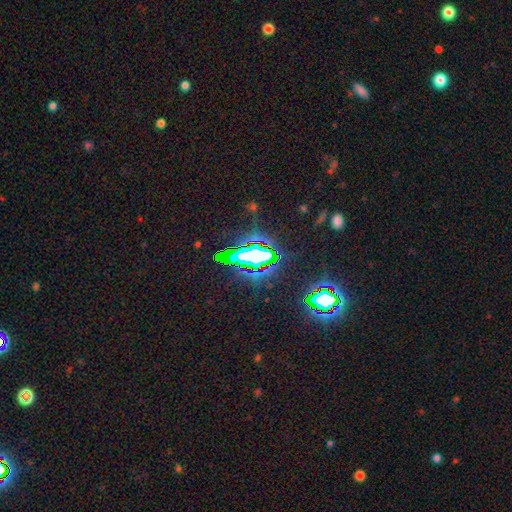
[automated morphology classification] star or artifact 71%, smooth 16%, featured or disk 13%.